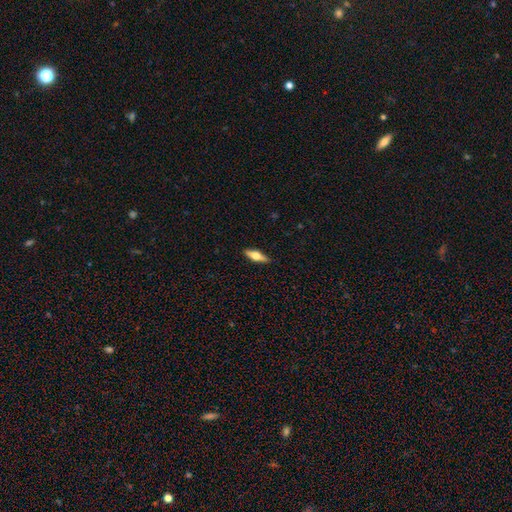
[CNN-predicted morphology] The model was most divided on "smooth or featured": featured or disk: 51%, smooth: 42%, star or artifact: 6%. More confident: edge-on disk — yes (94%); merging — none (90%).